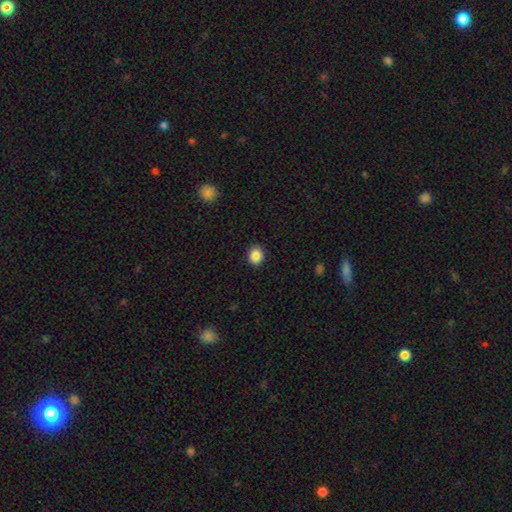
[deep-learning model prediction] smooth_or_featured: smooth (p=0.87) [alt: star or artifact p=0.09]
how_rounded: round (p=0.68) [alt: in between p=0.31]
merging: none (p=0.90) [alt: minor disturbance p=0.07]